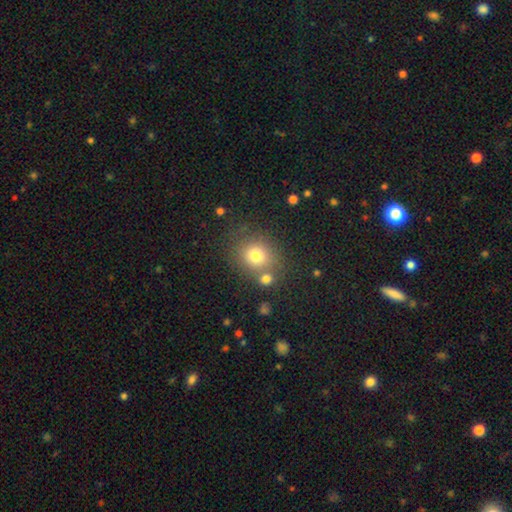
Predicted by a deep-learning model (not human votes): smooth-or-featured: smooth: 75% | star or artifact: 14% | featured or disk: 11%
  how-rounded: round: 76% | in between: 23% | cigar-shaped: 1%
  merging: none: 69% | merger: 15% | minor disturbance: 11% | major disturbance: 5%